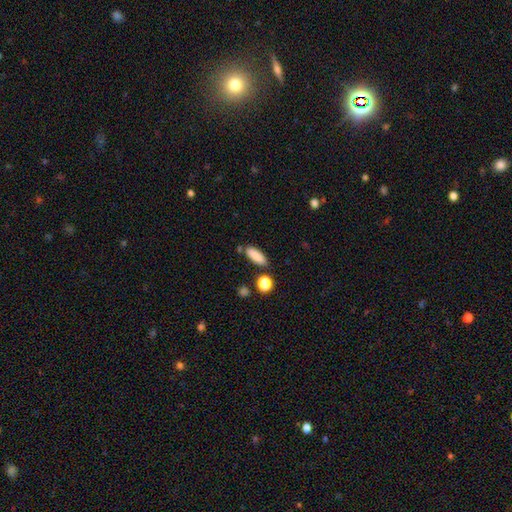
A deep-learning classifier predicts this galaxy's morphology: smooth-or-featured: smooth: 86% | star or artifact: 8% | featured or disk: 7%
  how-rounded: in between: 70% | cigar-shaped: 27% | round: 3%
  merging: none: 77% | minor disturbance: 13% | merger: 7% | major disturbance: 3%